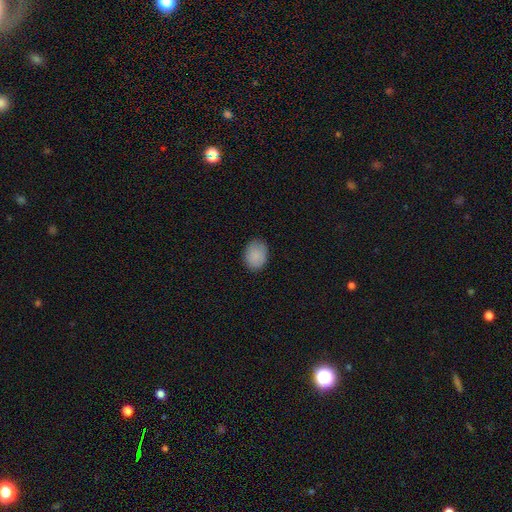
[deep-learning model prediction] smooth_or_featured: smooth (p=0.88) [alt: star or artifact p=0.07]
how_rounded: in between (p=0.63) [alt: round p=0.36]
merging: none (p=0.82) [alt: minor disturbance p=0.14]